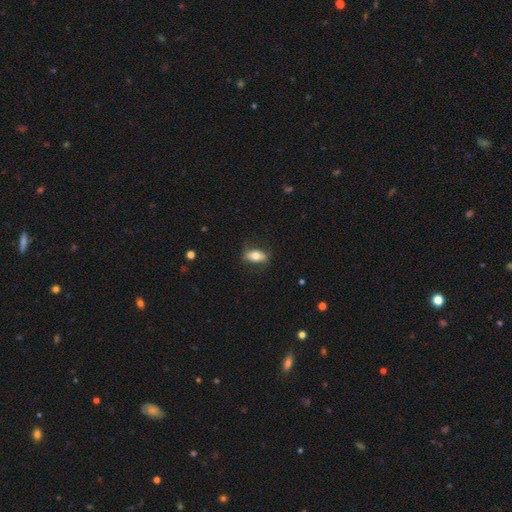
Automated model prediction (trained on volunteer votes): Overall: smooth (60%; featured or disk 33%). How rounded: in between (79%). Merging: none (75%).